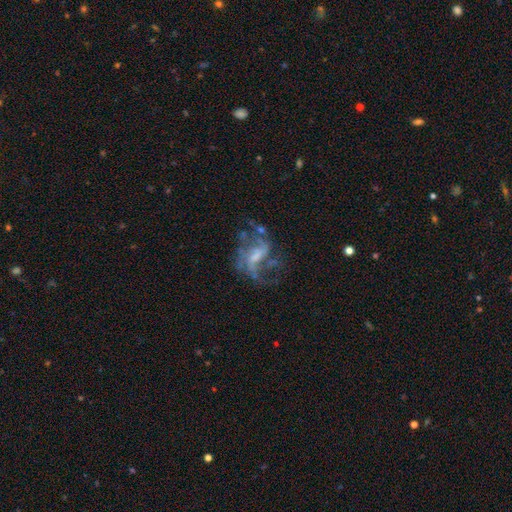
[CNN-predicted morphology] The model was most divided on "bulge size": small: 36%, moderate: 31%, none: 26%, large: 5%, dominant: 1%. Remaining: edge-on disk — no (97%); spiral arms — yes (78%); smooth or featured — featured or disk (76%); spiral winding — loose (52%); bar — weak (47%); merging — none (45%); spiral arm count — 2 (39%).